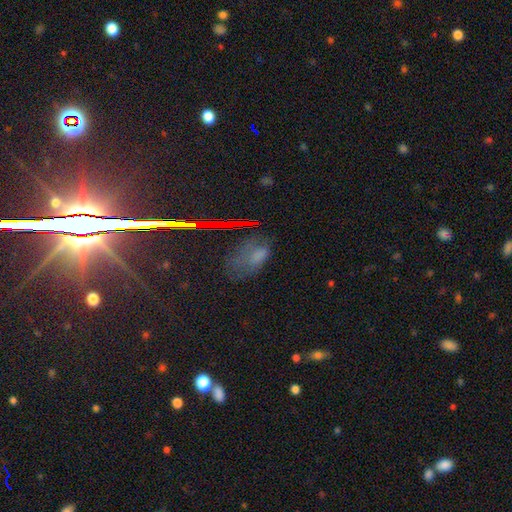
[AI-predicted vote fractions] Morphology: type=smooth (53%); roundness=in between (85%); merging=none (40%).